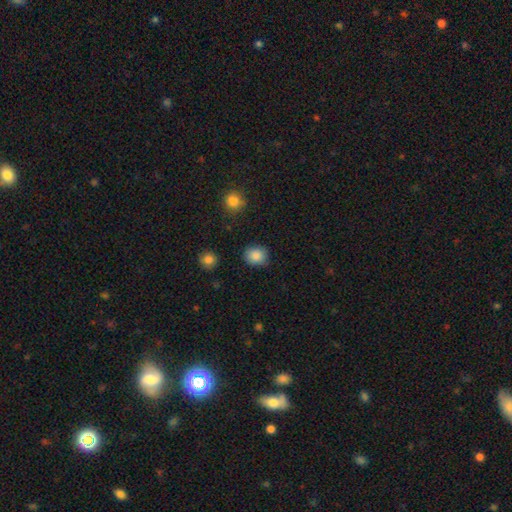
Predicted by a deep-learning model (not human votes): A smooth galaxy with no disk features (87%) that is round (76%).

Vote fractions:
- Smooth or featured? smooth: 87% / star or artifact: 9% / featured or disk: 4%
- How rounded? round: 76% / in between: 23% / cigar-shaped: 1%
- Merging? none: 85% / minor disturbance: 11% / major disturbance: 3% / merger: 2%